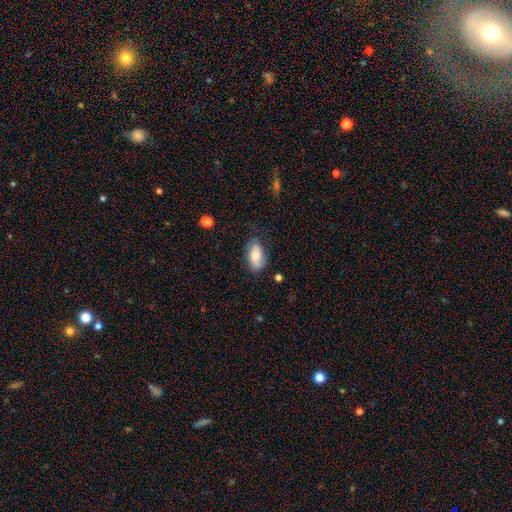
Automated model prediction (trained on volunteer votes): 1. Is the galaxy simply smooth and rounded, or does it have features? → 65% smooth, 28% featured or disk, 7% star or artifact.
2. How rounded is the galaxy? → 92% in between, 4% round, 4% cigar-shaped.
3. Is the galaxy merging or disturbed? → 69% none, 23% minor disturbance, 6% major disturbance, 2% merger.